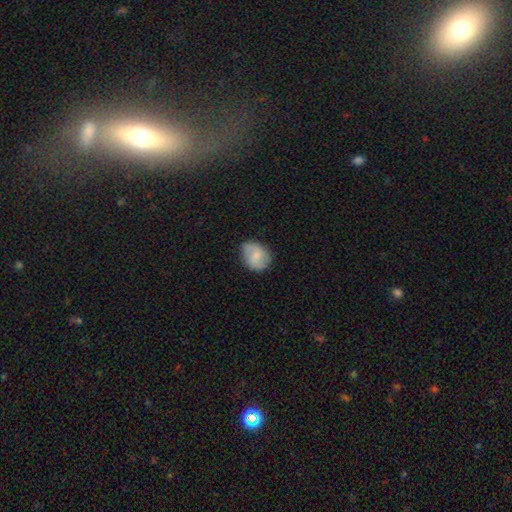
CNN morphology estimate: smooth 54%, featured or disk 39%, star or artifact 7%. Down the decision tree: how rounded — round (57%); merging — none (75%).